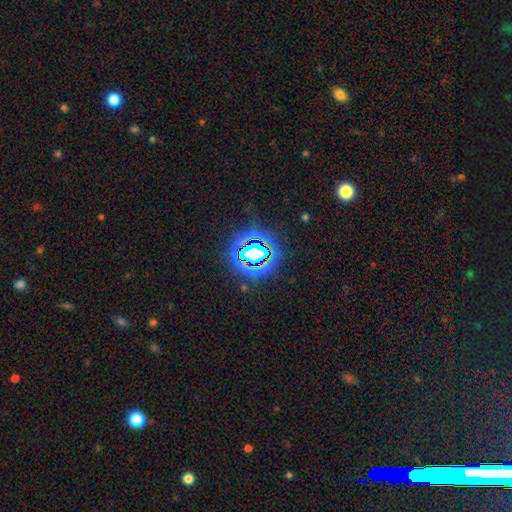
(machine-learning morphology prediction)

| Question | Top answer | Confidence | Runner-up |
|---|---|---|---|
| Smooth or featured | star or artifact | 80% | smooth (12%) |